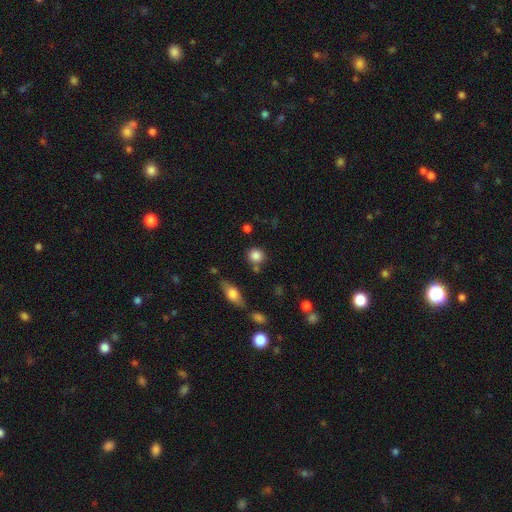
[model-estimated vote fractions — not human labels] Morphology: type=smooth (84%); roundness=round (85%); merging=none (75%).